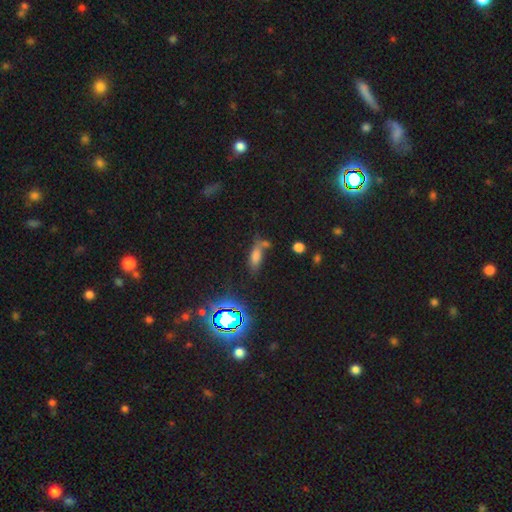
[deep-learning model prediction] Overall: smooth (65%). How rounded: in between (67%). Merging: none (50%; merger 22%).